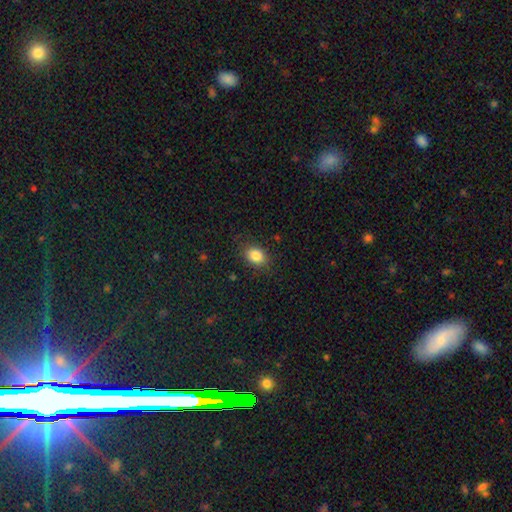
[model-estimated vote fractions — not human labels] A smooth galaxy with no disk features (86%) that is in between round and cigar-shaped (68%). Merging: none (84%).